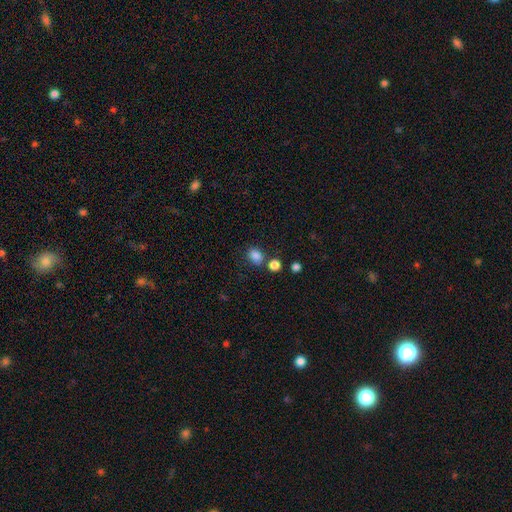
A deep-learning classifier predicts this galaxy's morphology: smooth 84%, star or artifact 11%, featured or disk 4%. Down the decision tree: how rounded — in between (57%); merging — none (68%).